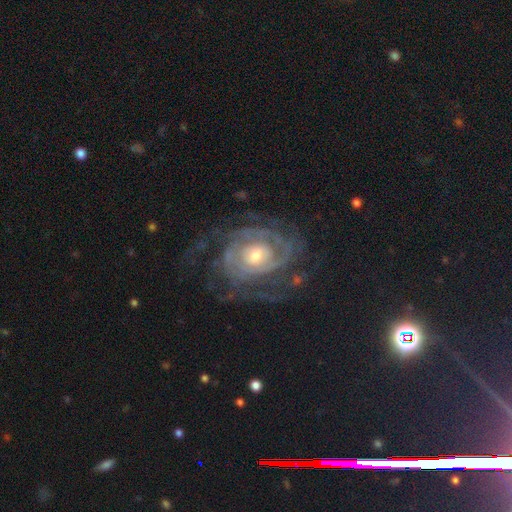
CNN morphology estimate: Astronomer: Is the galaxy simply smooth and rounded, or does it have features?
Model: featured or disk — 88%.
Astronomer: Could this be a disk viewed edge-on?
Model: no — 97%.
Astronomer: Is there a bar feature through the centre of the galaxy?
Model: no — 73%.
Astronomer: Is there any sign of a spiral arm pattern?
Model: yes — 93%.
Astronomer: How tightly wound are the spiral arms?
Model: tight — 68%.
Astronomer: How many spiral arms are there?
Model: can't tell — 36% (runner-up: 2, 26%).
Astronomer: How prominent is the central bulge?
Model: moderate — 56% (runner-up: small, 37%).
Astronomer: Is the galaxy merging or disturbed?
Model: none — 63%.